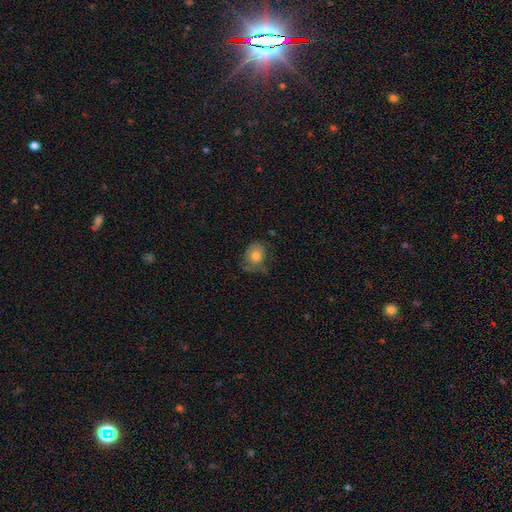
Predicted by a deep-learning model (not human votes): Q: Smooth or featured?
A: smooth (69%); runner-up: featured or disk (21%)
Q: How rounded?
A: in between (51%); runner-up: round (48%)
Q: Merging?
A: none (50%); runner-up: minor disturbance (30%)